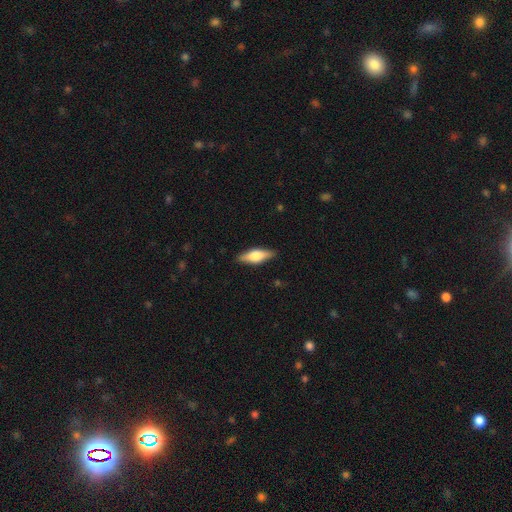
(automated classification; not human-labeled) Q: Smooth or featured?
A: smooth (53%); runner-up: featured or disk (41%)
Q: How rounded?
A: in between (57%); runner-up: cigar-shaped (41%)
Q: Merging?
A: none (87%); runner-up: minor disturbance (10%)